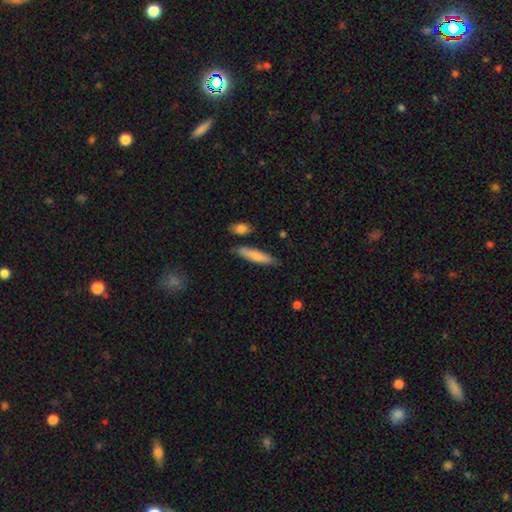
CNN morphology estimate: Smooth or featured? smooth (77%)
How rounded? cigar-shaped (81%)
Merging? none (81%)